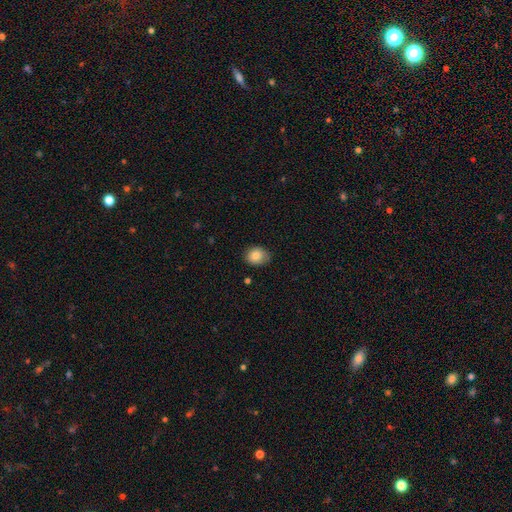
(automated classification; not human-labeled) smooth 84%, star or artifact 9%, featured or disk 7%. Down the decision tree: how rounded — round (52%); merging — none (76%).